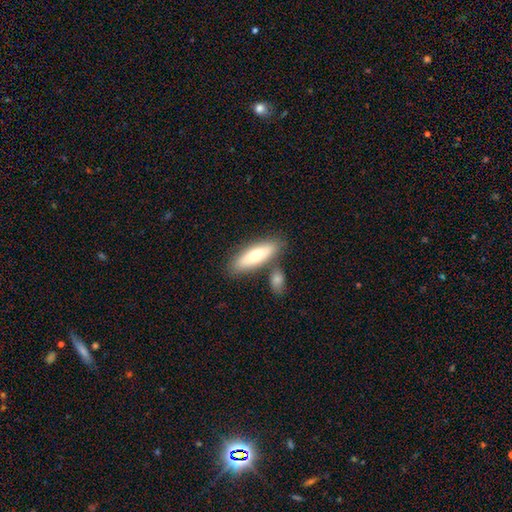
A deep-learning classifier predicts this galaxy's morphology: The model was most divided on "how rounded": in between: 53%, cigar-shaped: 45%, round: 2%. More confident: merging — none (71%); smooth or featured — smooth (66%).